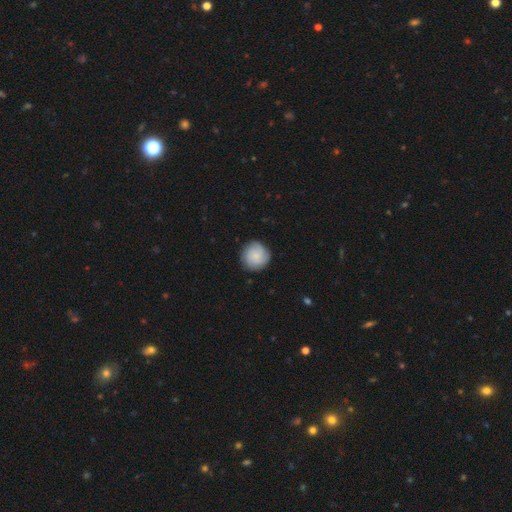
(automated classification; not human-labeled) Smooth or featured? Predicted: smooth (p=0.70). How rounded? Predicted: round (p=0.94). Merging? Predicted: none (p=0.85).